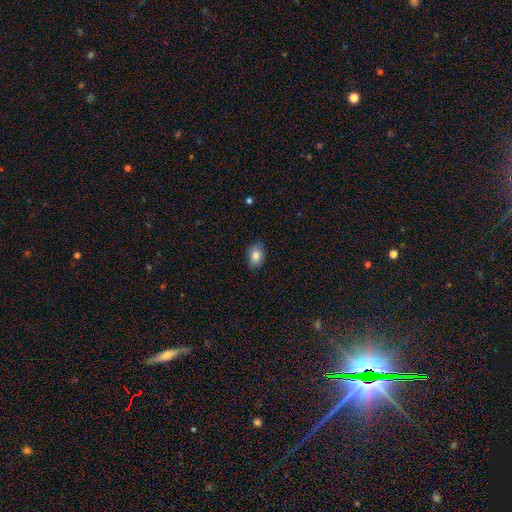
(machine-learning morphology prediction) Smooth or featured? smooth (85%)
How rounded? in between (84%)
Merging? none (85%)